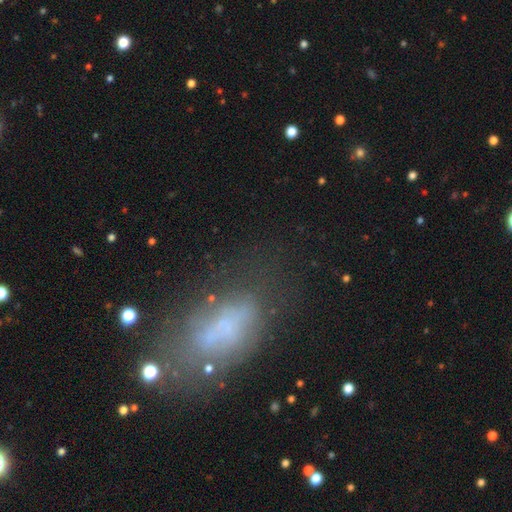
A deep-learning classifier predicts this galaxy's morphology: Q: Smooth or featured?
A: smooth (53%); runner-up: featured or disk (27%)
Q: How rounded?
A: in between (84%); runner-up: cigar-shaped (10%)
Q: Merging?
A: none (50%); runner-up: minor disturbance (24%)